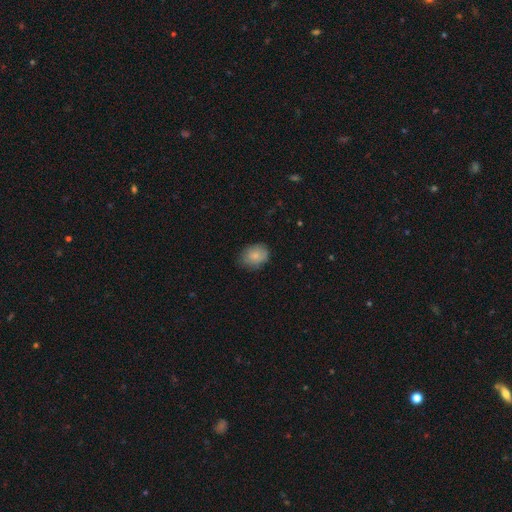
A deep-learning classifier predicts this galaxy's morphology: Smooth or featured? smooth (81%)
How rounded? in between (60%)
Merging? none (75%)